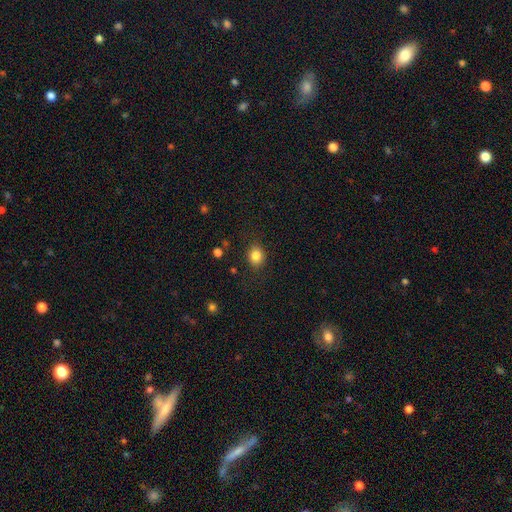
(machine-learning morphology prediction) The model was most divided on "how rounded": round: 58%, in between: 41%, cigar-shaped: 1%. More confident: merging — none (85%); smooth or featured — smooth (84%).